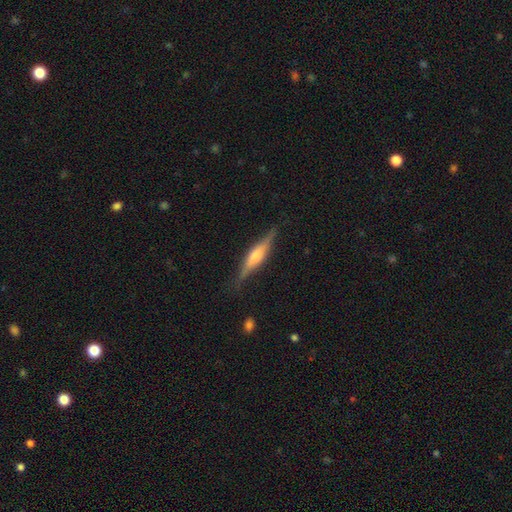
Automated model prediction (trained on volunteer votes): Smooth or featured: featured or disk — 68% (smooth — 26%)
Edge-on disk: yes — 96% (no — 4%)
Edge-on bulge: rounded — 71% (boxy — 22%)
Merging: none — 84% (minor disturbance — 12%)